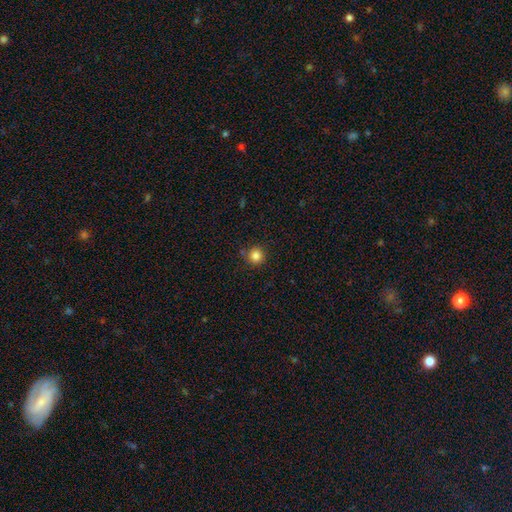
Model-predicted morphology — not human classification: Smooth or featured? Predicted: smooth (p=0.84). How rounded? Predicted: round (p=0.94). Merging? Predicted: none (p=0.85).